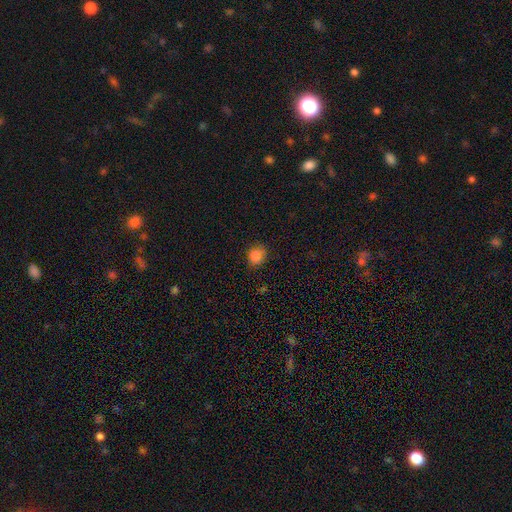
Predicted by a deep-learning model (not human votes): smooth_or_featured: smooth (p=0.84) [alt: star or artifact p=0.12]
how_rounded: round (p=0.75) [alt: in between p=0.24]
merging: none (p=0.79) [alt: minor disturbance p=0.16]